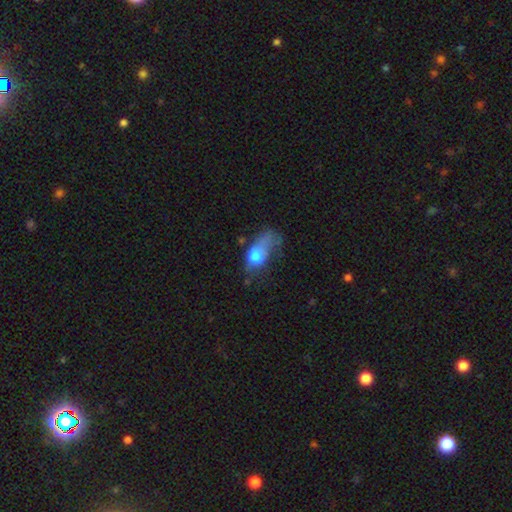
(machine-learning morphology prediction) Smooth or featured: smooth — 63% (featured or disk — 26%)
How rounded: in between — 79% (round — 14%)
Merging: major disturbance — 54% (minor disturbance — 22%)